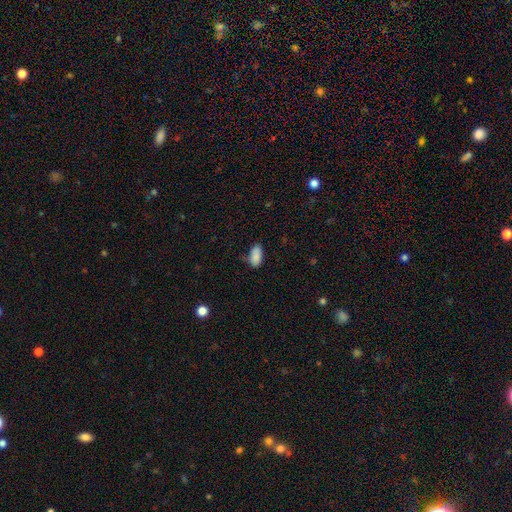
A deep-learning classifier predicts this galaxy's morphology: type=smooth (88%); roundness=in between (92%); merging=none (70%).